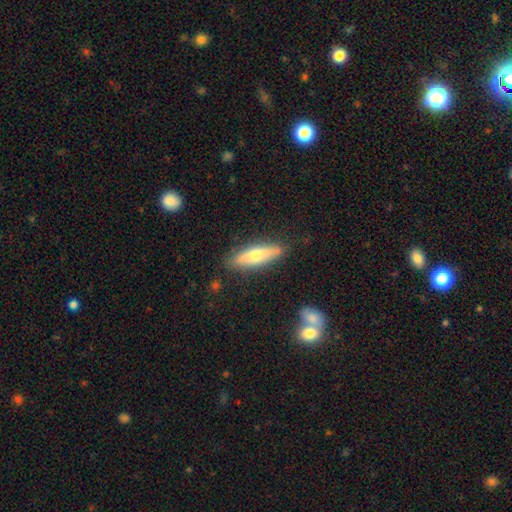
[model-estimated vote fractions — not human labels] Smooth or featured?
  - smooth: 58% *
  - featured or disk: 35%
  - star or artifact: 6%
How rounded?
  - cigar-shaped: 66% *
  - in between: 32%
  - round: 2%
Merging?
  - none: 85% *
  - minor disturbance: 10%
  - merger: 2%
  - major disturbance: 2%